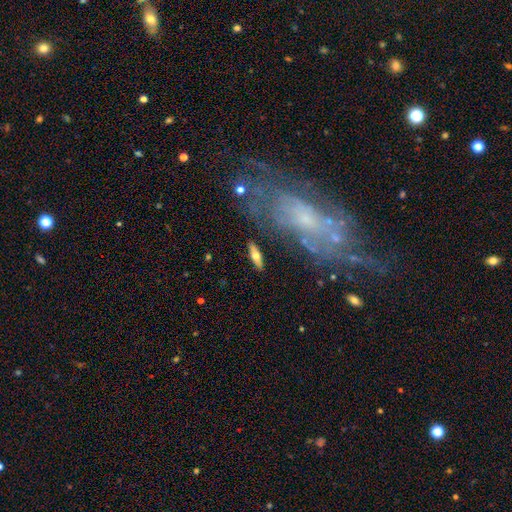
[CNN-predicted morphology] This is possibly a smooth galaxy (52%). How rounded: possibly cigar-shaped (50%). Merging: clearly none (82%).